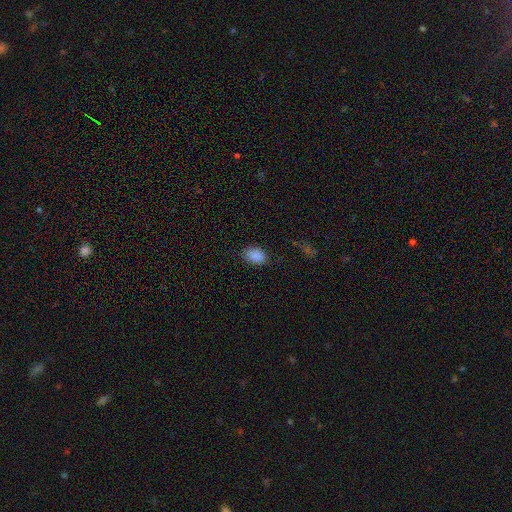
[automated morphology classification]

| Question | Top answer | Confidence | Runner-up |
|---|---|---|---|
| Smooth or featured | smooth | 87% | star or artifact (9%) |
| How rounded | in between | 84% | round (15%) |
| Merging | none | 80% | minor disturbance (15%) |